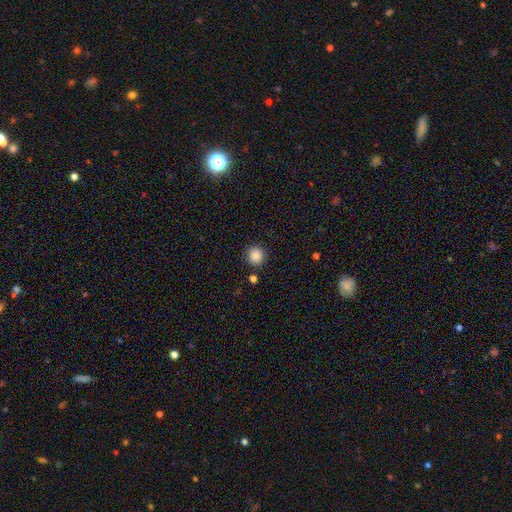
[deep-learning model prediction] This appears to be a smooth galaxy with no disk features (87%) that is round (93%). Merging: none (89%).